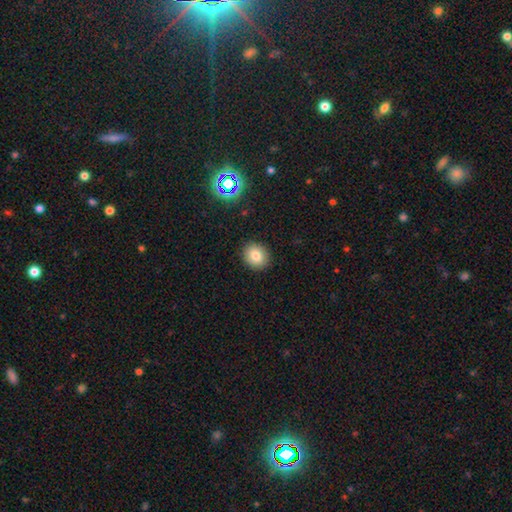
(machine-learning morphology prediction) smooth 80%, star or artifact 11%, featured or disk 8%. Down the decision tree: how rounded — round (71%); merging — none (90%).